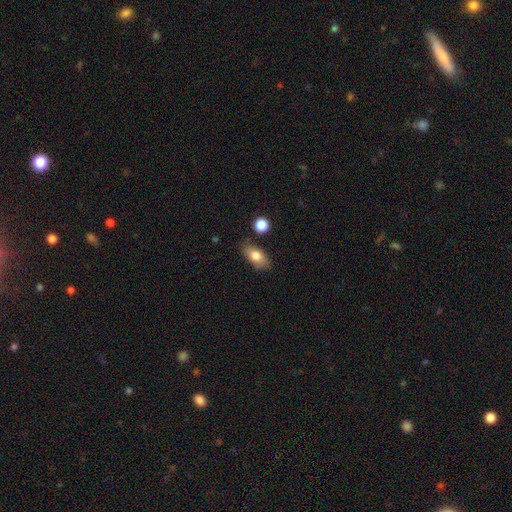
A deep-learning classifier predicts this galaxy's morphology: The model was most divided on "smooth or featured": smooth: 77%, featured or disk: 15%, star or artifact: 7%. More confident: how rounded — in between (87%); merging — none (79%).